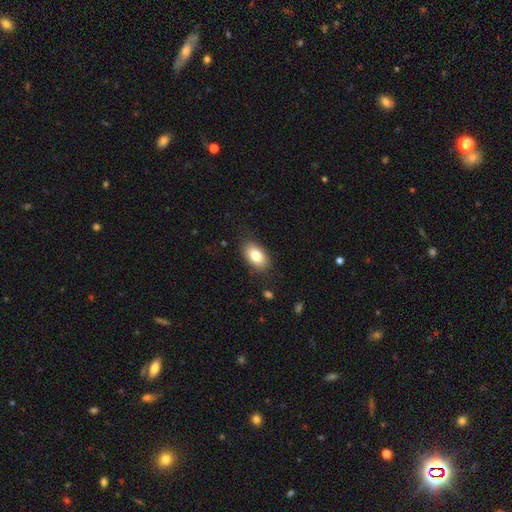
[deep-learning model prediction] Smooth or featured? Predicted: smooth (p=0.80). How rounded? Predicted: in between (p=0.91). Merging? Predicted: none (p=0.84).